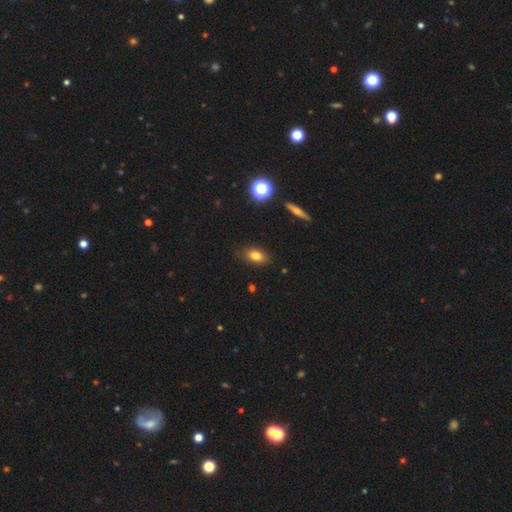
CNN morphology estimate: A smooth galaxy with no disk features (79%) that is in between round and cigar-shaped (82%). Merging: none (83%).